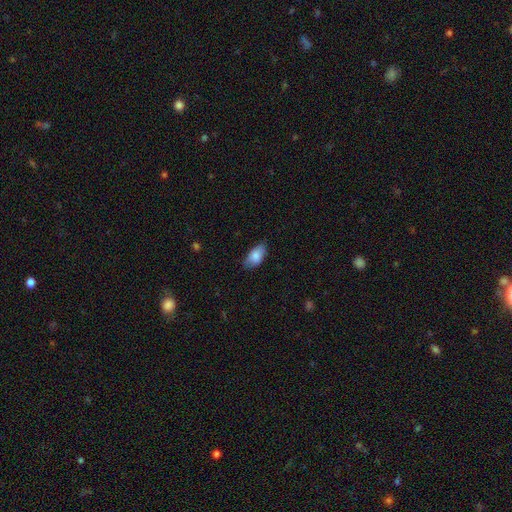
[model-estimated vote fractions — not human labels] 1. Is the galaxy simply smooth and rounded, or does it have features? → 83% smooth, 11% featured or disk, 7% star or artifact.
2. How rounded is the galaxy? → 92% in between, 4% round, 4% cigar-shaped.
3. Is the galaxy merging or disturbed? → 72% none, 23% minor disturbance, 4% major disturbance, 1% merger.